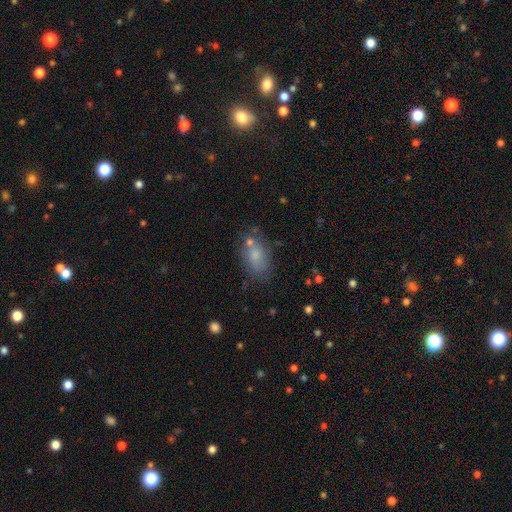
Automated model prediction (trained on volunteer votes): smooth-or-featured: smooth: 73% | featured or disk: 17% | star or artifact: 10%
  how-rounded: in between: 86% | round: 11% | cigar-shaped: 3%
  merging: none: 57% | minor disturbance: 20% | merger: 15% | major disturbance: 8%